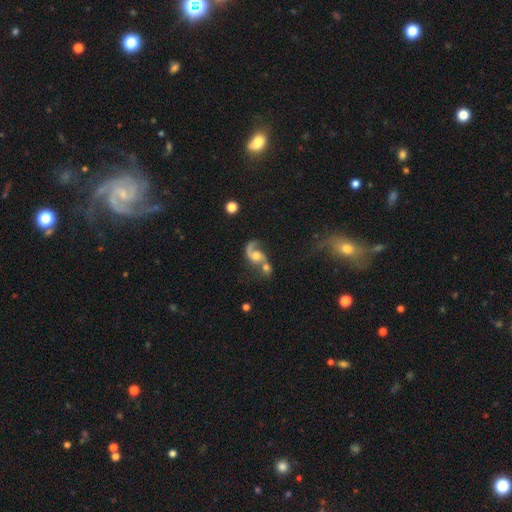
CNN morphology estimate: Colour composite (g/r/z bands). It shows a featured or disk galaxy (80%) with no bar (66%), 2 (61%) loose (60%) spiral arms (92%) and a moderate central bulge (60%). Merging: merger (54%).